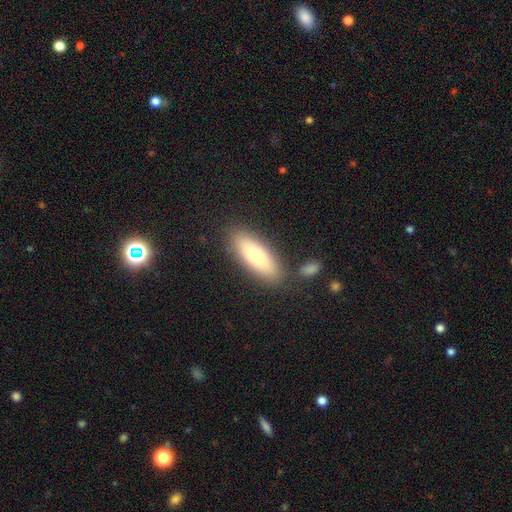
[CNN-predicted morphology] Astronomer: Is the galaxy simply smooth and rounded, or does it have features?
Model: smooth — 73%.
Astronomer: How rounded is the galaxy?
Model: in between — 63%.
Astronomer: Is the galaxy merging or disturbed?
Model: none — 80%.